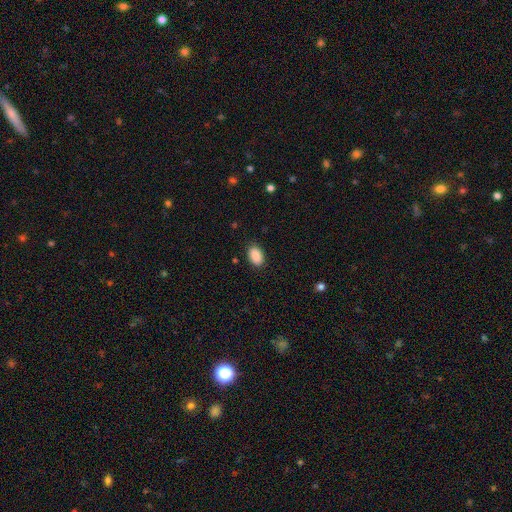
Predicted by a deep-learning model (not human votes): Overall: smooth (90%). How rounded: in between (91%). Merging: none (87%).